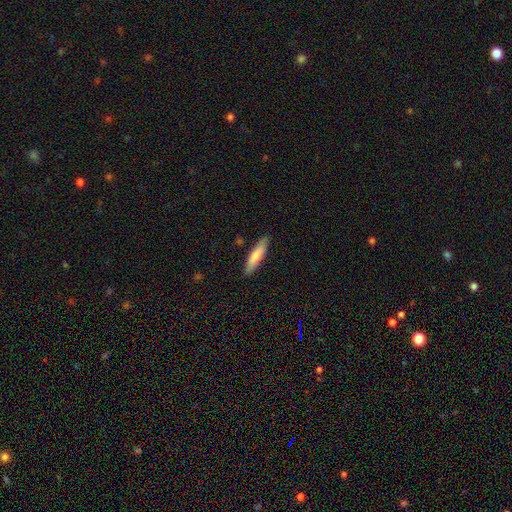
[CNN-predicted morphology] This appears to be a smooth galaxy with no disk features (75%) that is cigar-shaped (81%). Merging: none (87%).